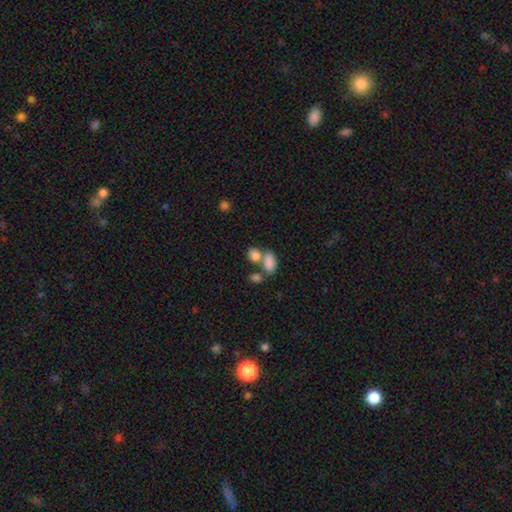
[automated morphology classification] Smooth or featured: smooth — 83% (star or artifact — 9%)
How rounded: in between — 79% (round — 19%)
Merging: merger — 49% (none — 36%)